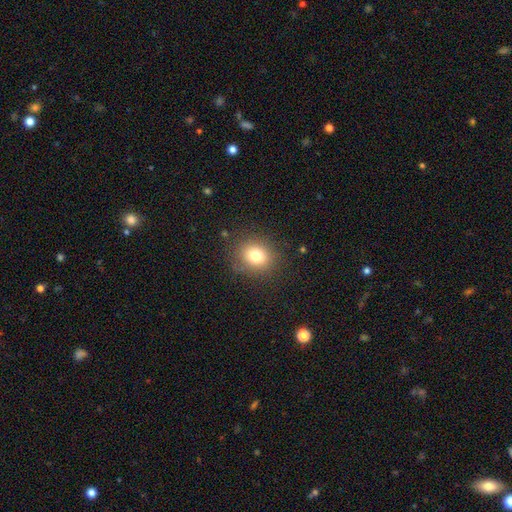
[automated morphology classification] This is likely a smooth galaxy (77%). How rounded: likely round (73%). Merging: clearly none (84%).